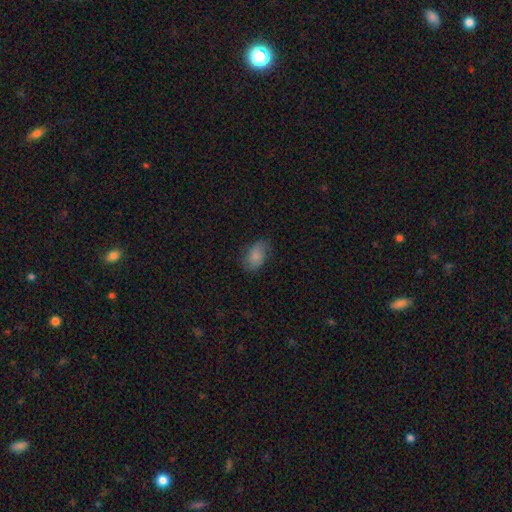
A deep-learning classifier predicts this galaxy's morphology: Smooth or featured: smooth — 76% (featured or disk — 16%)
How rounded: in between — 89% (round — 10%)
Merging: none — 68% (minor disturbance — 23%)